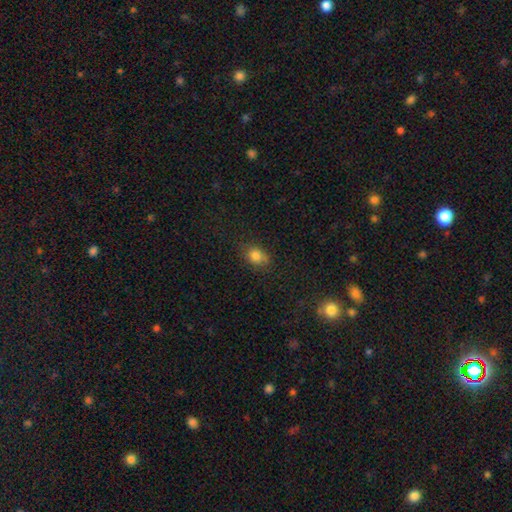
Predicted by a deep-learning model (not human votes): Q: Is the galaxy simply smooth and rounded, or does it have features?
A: smooth — 81%.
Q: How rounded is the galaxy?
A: in between — 59%.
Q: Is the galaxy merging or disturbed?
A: none — 74%.